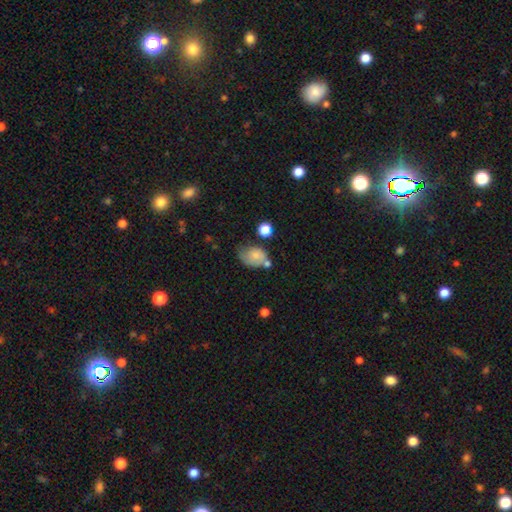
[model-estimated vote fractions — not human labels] The model was most divided on "merging": none: 36%, minor disturbance: 33%, major disturbance: 18%, merger: 13%. More confident: how rounded — in between (68%); smooth or featured — smooth (68%).